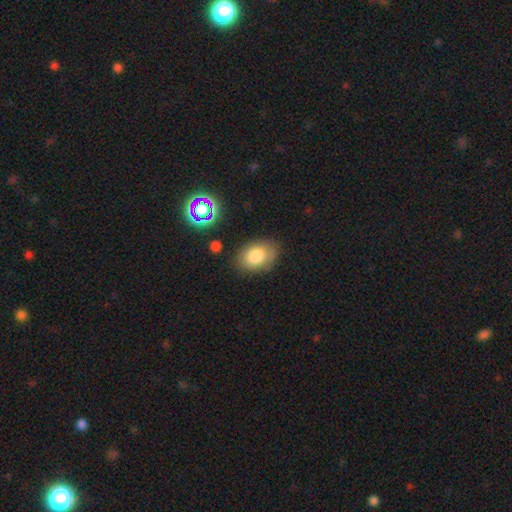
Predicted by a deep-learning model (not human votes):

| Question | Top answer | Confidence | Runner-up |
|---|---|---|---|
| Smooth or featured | smooth | 81% | star or artifact (10%) |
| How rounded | in between | 77% | round (22%) |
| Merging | none | 77% | minor disturbance (16%) |